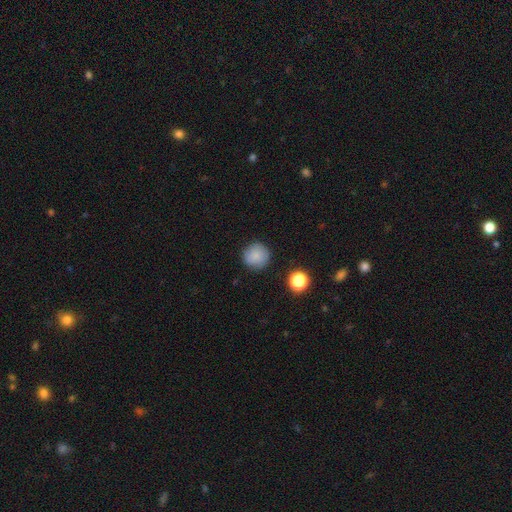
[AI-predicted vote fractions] Smooth or featured: smooth — 85% (star or artifact — 10%)
How rounded: round — 94% (in between — 5%)
Merging: none — 88% (minor disturbance — 8%)